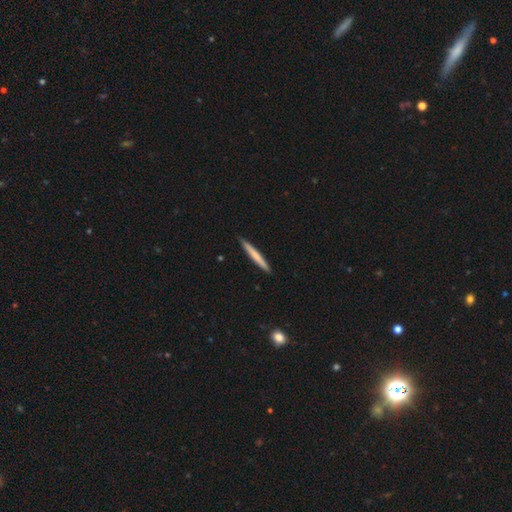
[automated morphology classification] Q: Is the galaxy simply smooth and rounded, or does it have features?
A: smooth — 65%.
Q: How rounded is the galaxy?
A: cigar-shaped — 97%.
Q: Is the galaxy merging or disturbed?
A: none — 92%.